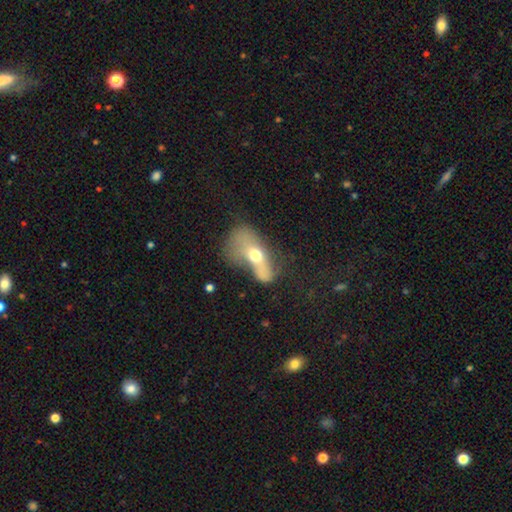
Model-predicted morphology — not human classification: The model was most divided on "smooth or featured": smooth: 54%, featured or disk: 36%, star or artifact: 10%. Remaining: how rounded — in between (72%); merging — major disturbance (46%).